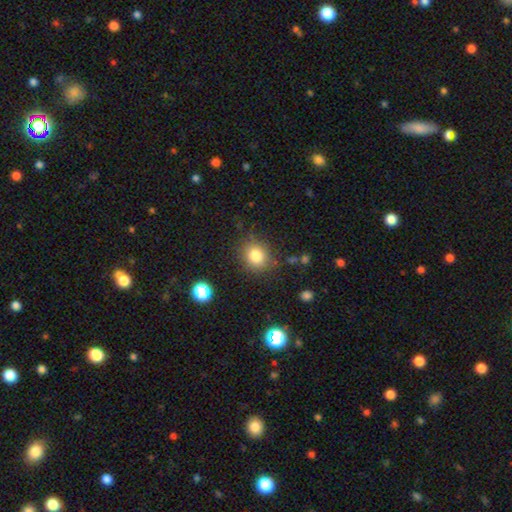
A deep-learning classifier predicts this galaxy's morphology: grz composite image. It shows a smooth galaxy with no disk features (82%) that is round (72%). Merging: none (83%).